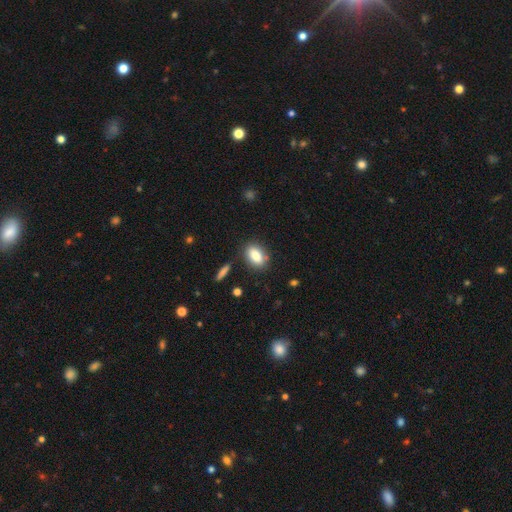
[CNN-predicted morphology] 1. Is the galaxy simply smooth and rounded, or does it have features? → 84% smooth, 8% star or artifact, 8% featured or disk.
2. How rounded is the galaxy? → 83% in between, 11% round, 6% cigar-shaped.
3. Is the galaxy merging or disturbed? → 80% none, 13% minor disturbance, 4% merger, 3% major disturbance.